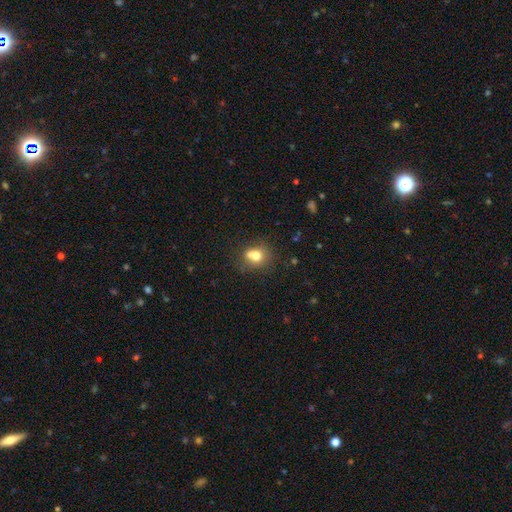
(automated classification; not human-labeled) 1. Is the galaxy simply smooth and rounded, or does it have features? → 72% smooth, 16% featured or disk, 12% star or artifact.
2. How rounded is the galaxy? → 68% round, 31% in between, 1% cigar-shaped.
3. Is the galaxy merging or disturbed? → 48% none, 32% merger, 15% minor disturbance, 6% major disturbance.